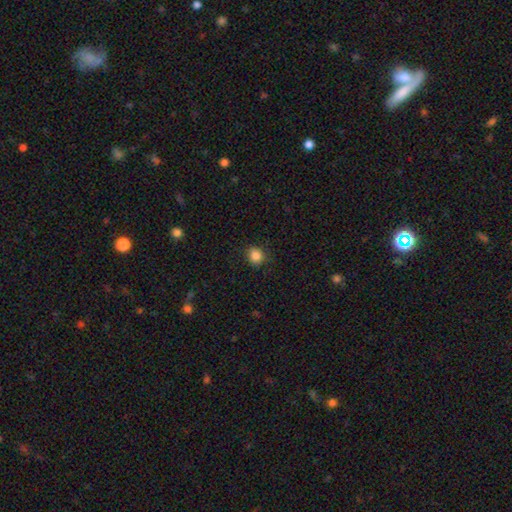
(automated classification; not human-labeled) This appears to be a smooth galaxy with no disk features (85%) that is round (82%). Merging: none (88%).